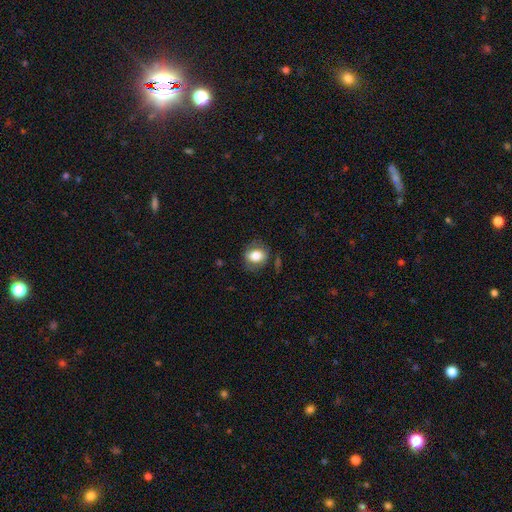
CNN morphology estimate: A smooth galaxy with no disk features (71%) that is round (53%). Merging: none (70%).